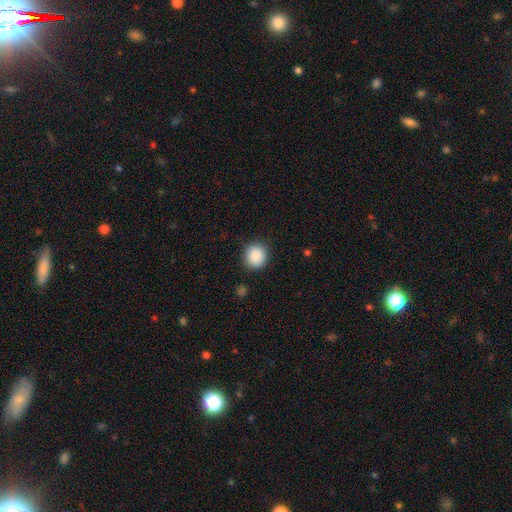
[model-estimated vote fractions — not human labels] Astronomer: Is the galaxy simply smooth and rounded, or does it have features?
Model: smooth — 89%.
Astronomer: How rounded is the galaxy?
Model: round — 90%.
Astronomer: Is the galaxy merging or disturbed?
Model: none — 89%.